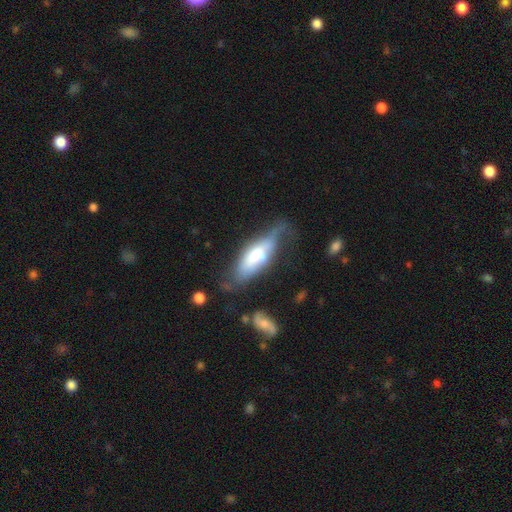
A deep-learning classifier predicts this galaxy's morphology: Q: Smooth or featured?
A: smooth (50%); runner-up: featured or disk (43%)
Q: Merging?
A: none (35%); runner-up: minor disturbance (33%)